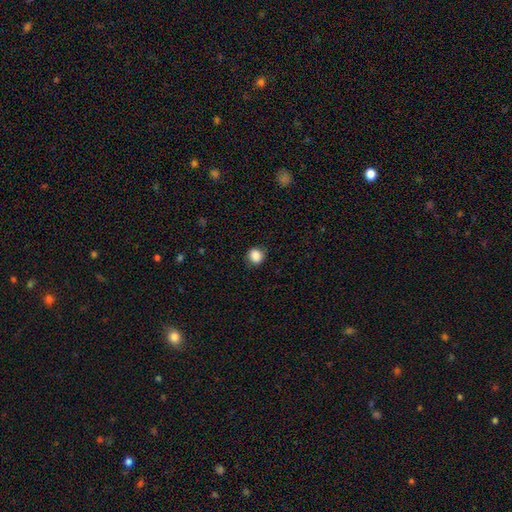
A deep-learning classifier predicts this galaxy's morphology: Smooth or featured? Predicted: smooth (p=0.86). How rounded? Predicted: round (p=0.84). Merging? Predicted: none (p=0.85).